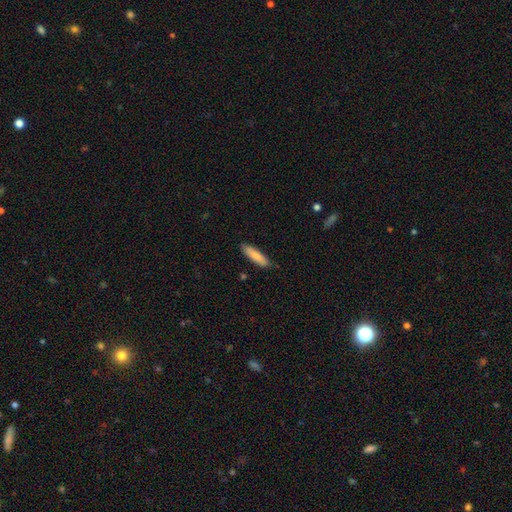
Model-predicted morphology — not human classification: This is clearly a smooth galaxy (83%). How rounded: likely cigar-shaped (73%). Merging: clearly none (87%).